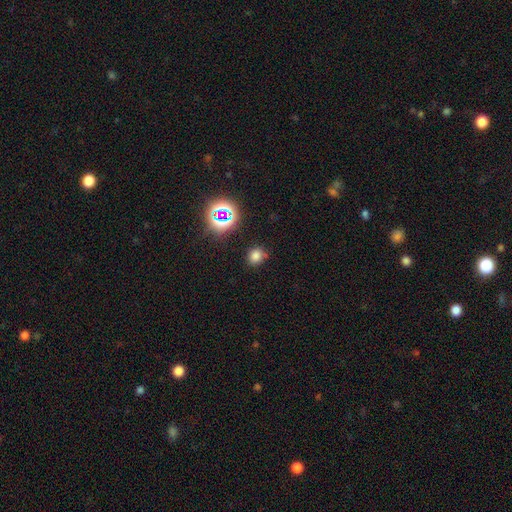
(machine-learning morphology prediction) A smooth galaxy with no disk features (72%) that is round (75%).

Vote fractions:
- Smooth or featured? smooth: 72% / star or artifact: 22% / featured or disk: 6%
- How rounded? round: 75% / in between: 24% / cigar-shaped: 1%
- Merging? none: 79% / minor disturbance: 14% / major disturbance: 4% / merger: 3%